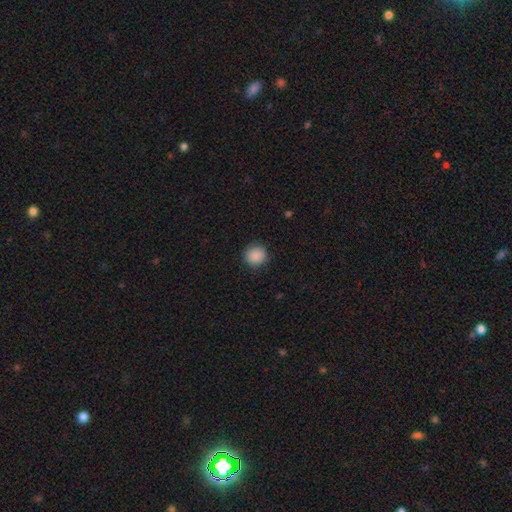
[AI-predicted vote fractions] smooth-or-featured: smooth: 89% | star or artifact: 9% | featured or disk: 3%
  how-rounded: round: 93% | in between: 6% | cigar-shaped: 1%
  merging: none: 90% | minor disturbance: 7% | major disturbance: 2% | merger: 1%